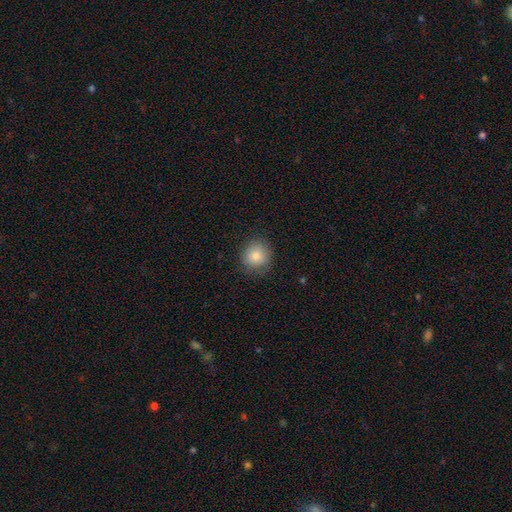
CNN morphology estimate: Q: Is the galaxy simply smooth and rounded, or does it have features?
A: smooth — 82%.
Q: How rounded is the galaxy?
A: round — 88%.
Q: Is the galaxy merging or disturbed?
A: none — 82%.